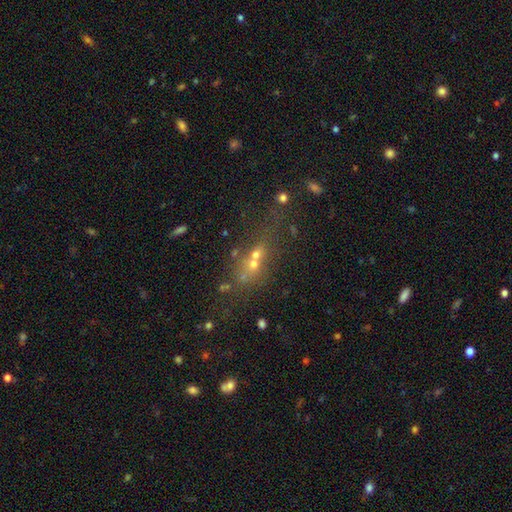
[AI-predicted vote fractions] Smooth or featured? smooth (39%)
Merging? merger (41%)